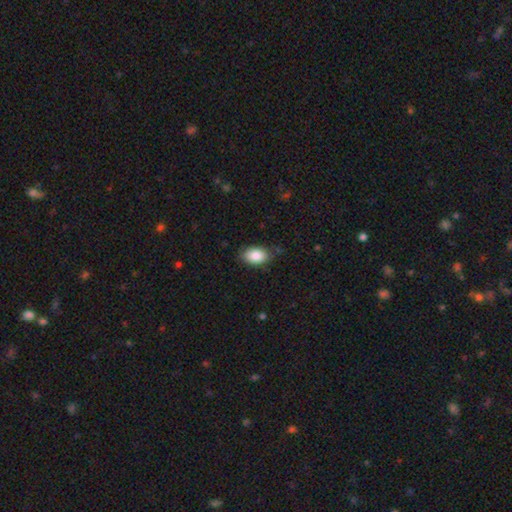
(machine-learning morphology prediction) smooth-or-featured: smooth: 87% | star or artifact: 7% | featured or disk: 6%
  how-rounded: in between: 90% | round: 9% | cigar-shaped: 1%
  merging: none: 79% | minor disturbance: 16% | major disturbance: 3% | merger: 1%